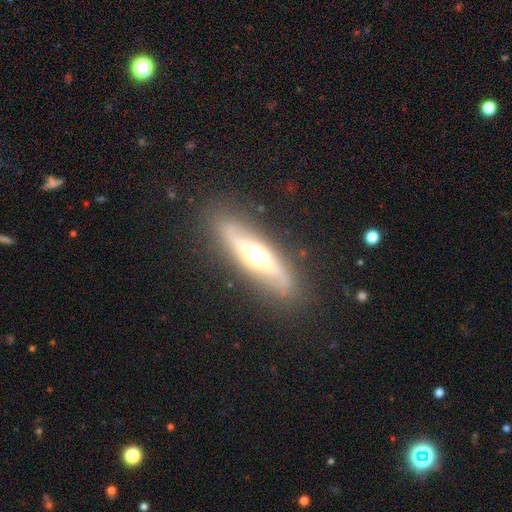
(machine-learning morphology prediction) featured or disk 62%, smooth 32%, star or artifact 7%. Down the decision tree: edge-on disk — yes (56%); merging — none (85%).